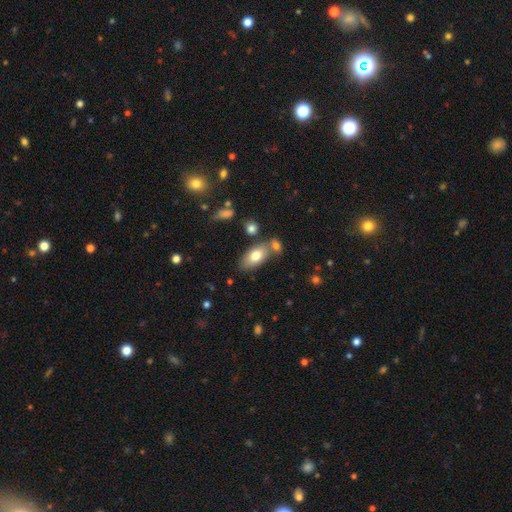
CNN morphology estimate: Smooth or featured?
  - smooth: 75% *
  - featured or disk: 17%
  - star or artifact: 8%
How rounded?
  - in between: 91% *
  - cigar-shaped: 5%
  - round: 4%
Merging?
  - none: 65% *
  - merger: 17%
  - minor disturbance: 14%
  - major disturbance: 4%